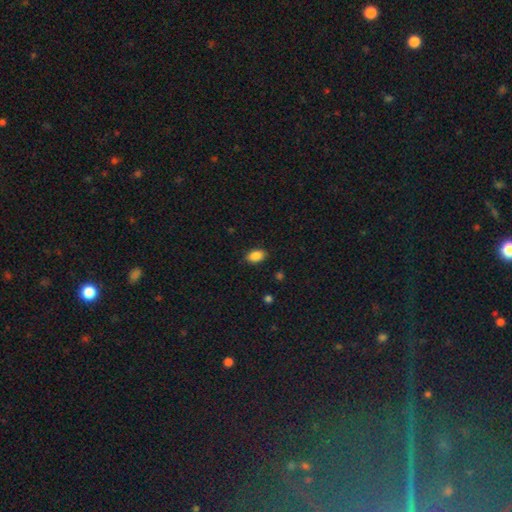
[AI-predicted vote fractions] Q: Smooth or featured?
A: smooth (87%); runner-up: star or artifact (8%)
Q: How rounded?
A: in between (89%); runner-up: round (9%)
Q: Merging?
A: none (85%); runner-up: minor disturbance (11%)